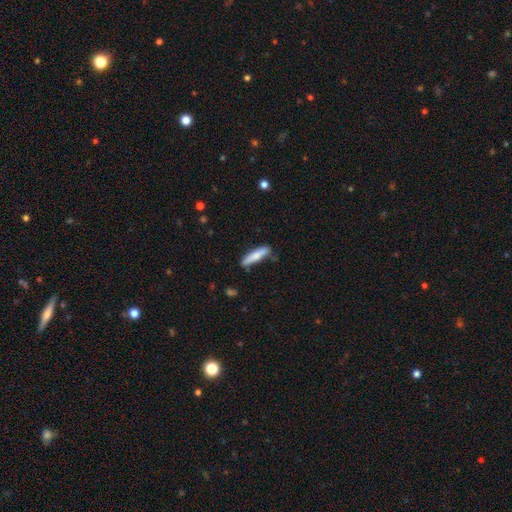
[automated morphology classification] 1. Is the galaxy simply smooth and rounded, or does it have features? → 72% smooth, 22% featured or disk, 6% star or artifact.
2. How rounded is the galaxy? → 83% cigar-shaped, 15% in between, 2% round.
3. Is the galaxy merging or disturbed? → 76% none, 17% minor disturbance, 3% major disturbance, 3% merger.